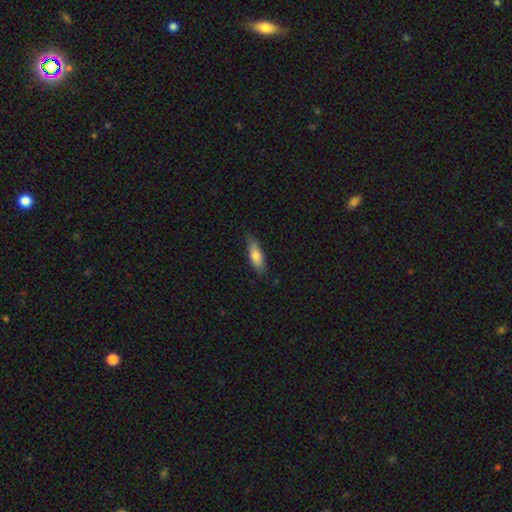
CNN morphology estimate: type=smooth (76%); roundness=in between (60%); merging=none (76%).